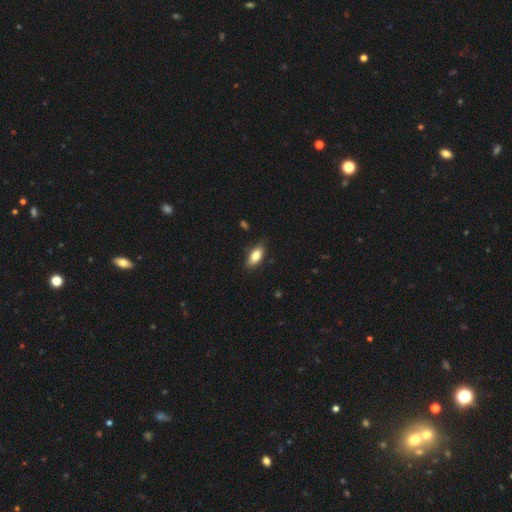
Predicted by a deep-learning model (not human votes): Smooth or featured: smooth — 80% (featured or disk — 13%)
How rounded: in between — 87% (cigar-shaped — 10%)
Merging: none — 83% (minor disturbance — 13%)